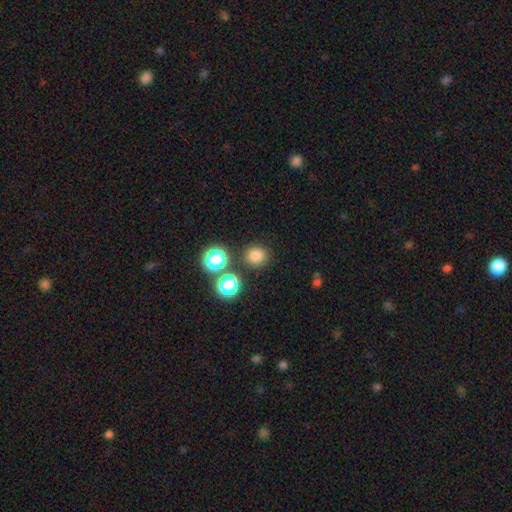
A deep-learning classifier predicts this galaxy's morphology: smooth 77%, star or artifact 18%, featured or disk 5%. Down the decision tree: how rounded — round (90%); merging — none (84%).